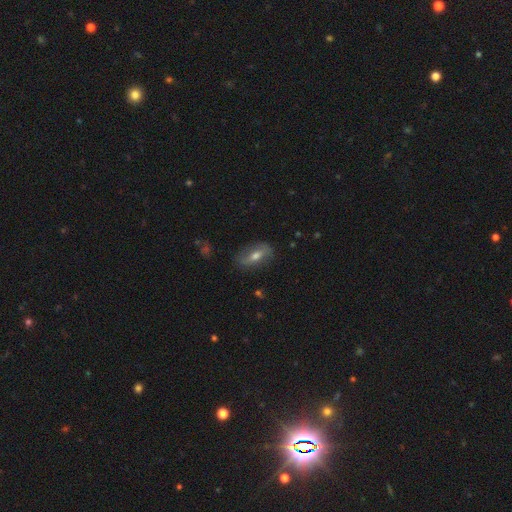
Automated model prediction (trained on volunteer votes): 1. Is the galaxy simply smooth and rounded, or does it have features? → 50% featured or disk, 41% smooth, 9% star or artifact.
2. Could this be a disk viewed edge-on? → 74% no, 26% yes.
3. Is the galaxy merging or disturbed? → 79% none, 15% minor disturbance, 5% major disturbance, 1% merger.